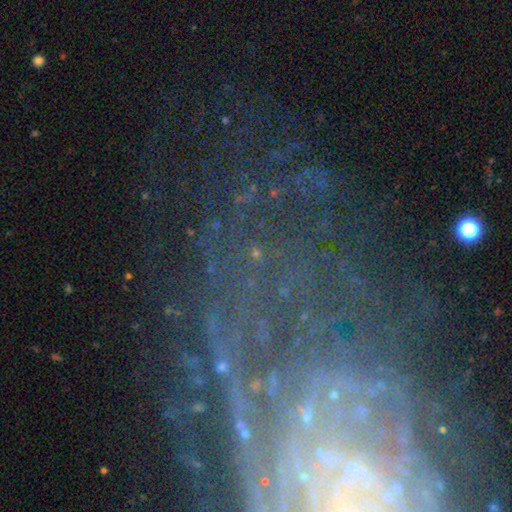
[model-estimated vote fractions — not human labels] This is possibly a featured or disk galaxy (53%). It is clearly not viewed edge-on (93%). Merging: likely none (62%).